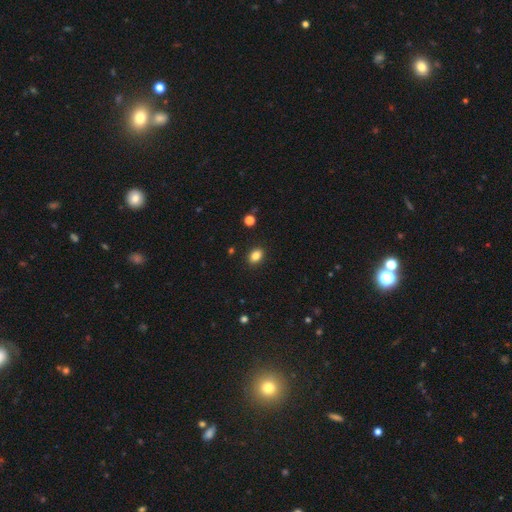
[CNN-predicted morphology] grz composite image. It shows a smooth galaxy with no disk features (85%) that is in between round and cigar-shaped (73%). Merging: none (89%).